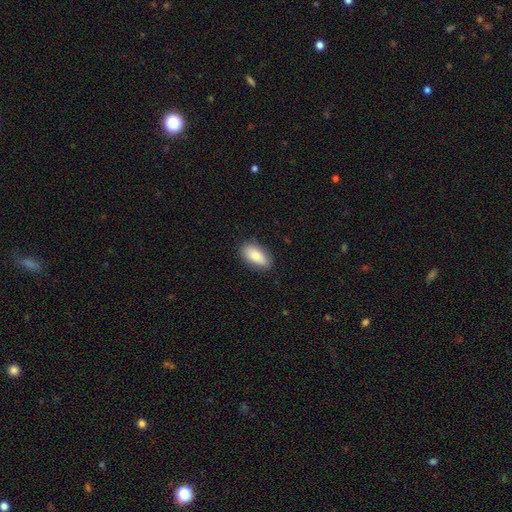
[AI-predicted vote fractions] Morphology: type=smooth (80%); roundness=in between (90%); merging=none (86%).